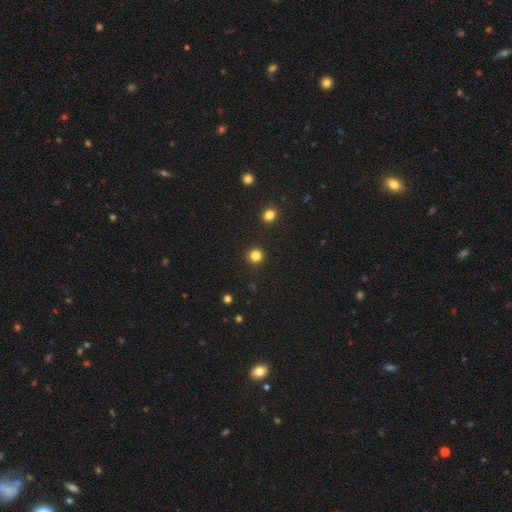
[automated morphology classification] smooth 82%, star or artifact 14%, featured or disk 4%. Down the decision tree: how rounded — round (93%); merging — none (92%).